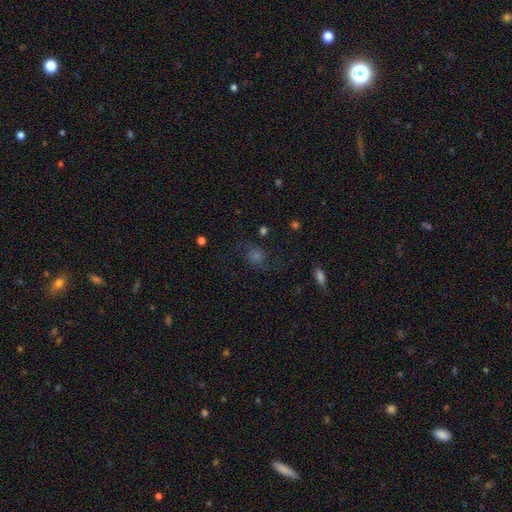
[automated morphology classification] This appears to be a smooth galaxy with no disk features (41%). Merging: none (65%).